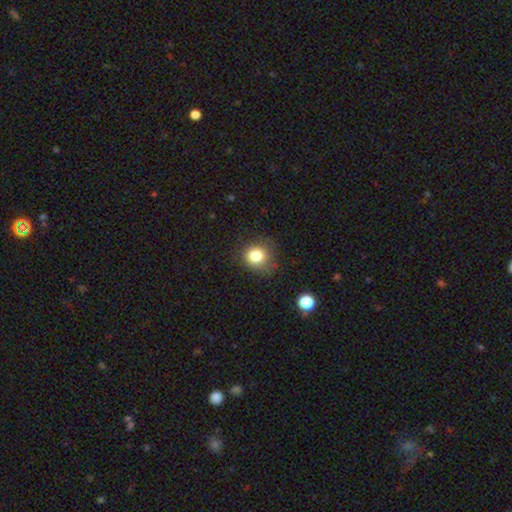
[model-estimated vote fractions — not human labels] The model was most divided on "merging": none: 70%, minor disturbance: 21%, major disturbance: 7%, merger: 2%. More confident: how rounded — round (84%); smooth or featured — smooth (80%).